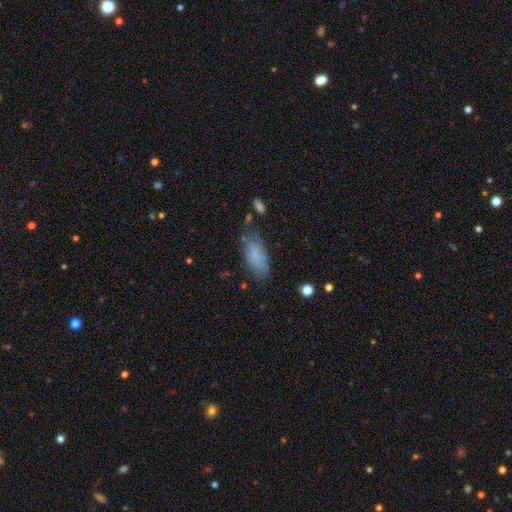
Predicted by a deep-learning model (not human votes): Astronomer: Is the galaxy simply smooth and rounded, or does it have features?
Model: smooth — 77%.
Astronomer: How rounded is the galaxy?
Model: in between — 82%.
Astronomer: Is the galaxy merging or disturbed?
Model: none — 61%.